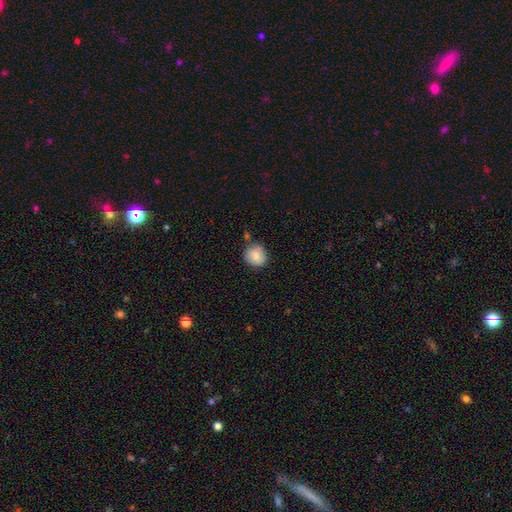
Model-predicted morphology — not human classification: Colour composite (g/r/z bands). It shows a smooth galaxy with no disk features (84%) that is round (85%). Merging: none (71%).